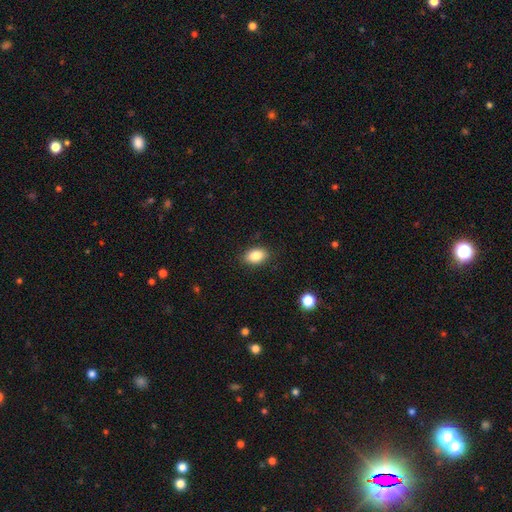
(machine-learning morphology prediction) smooth 85%, star or artifact 8%, featured or disk 6%. Down the decision tree: how rounded — in between (86%); merging — none (87%).